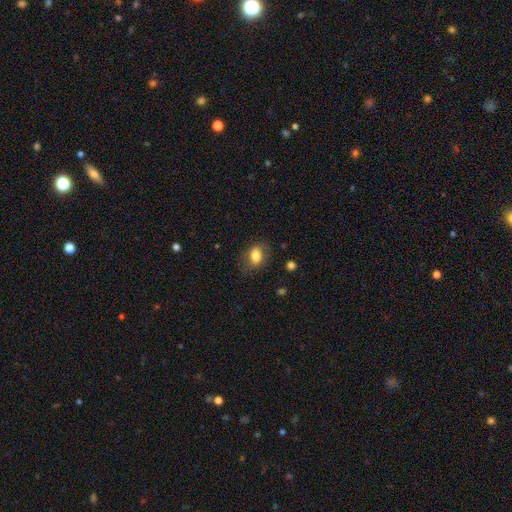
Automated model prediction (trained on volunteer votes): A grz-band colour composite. It shows a smooth galaxy with no disk features (77%) that is in between round and cigar-shaped (79%). Merging: none (72%).